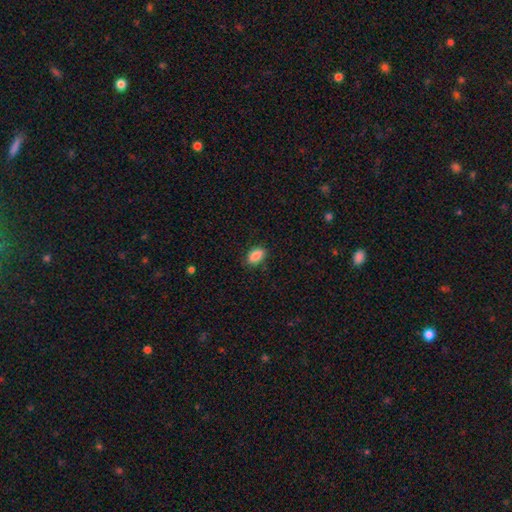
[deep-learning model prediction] Smooth or featured? Predicted: smooth (p=0.88). How rounded? Predicted: in between (p=0.91). Merging? Predicted: none (p=0.86).